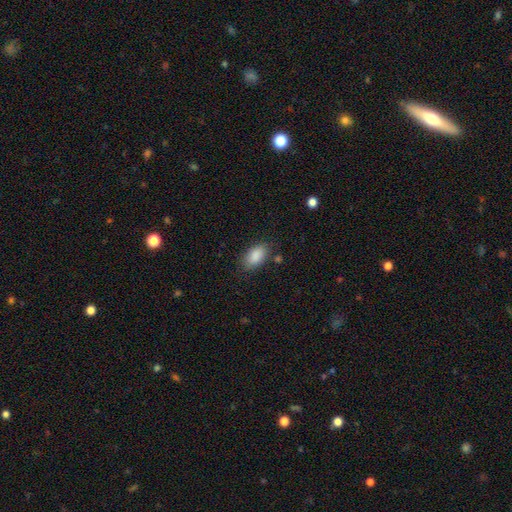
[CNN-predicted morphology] type=smooth (88%); roundness=in between (93%); merging=none (79%).